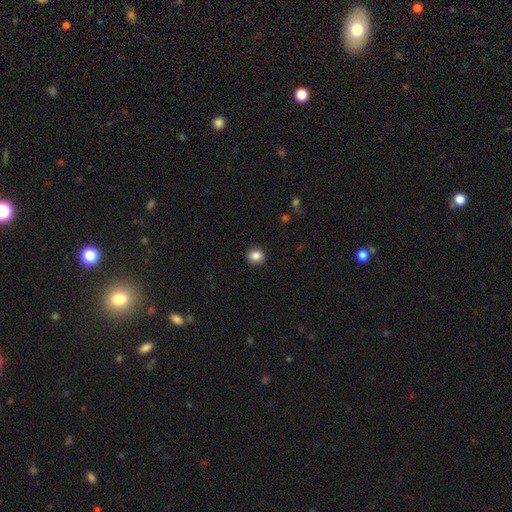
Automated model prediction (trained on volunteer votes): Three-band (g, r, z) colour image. It shows a smooth galaxy with no disk features (86%) that is round (80%). Merging: none (90%).